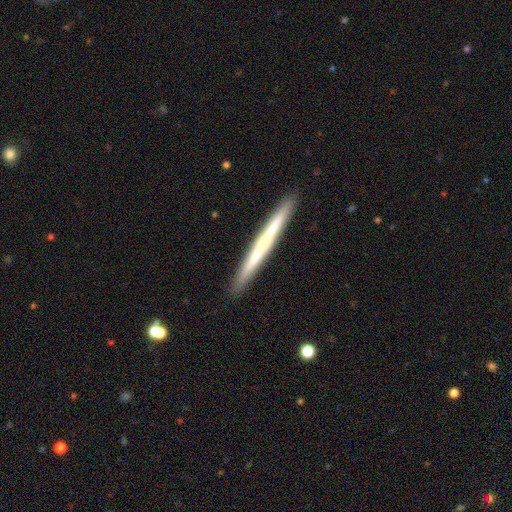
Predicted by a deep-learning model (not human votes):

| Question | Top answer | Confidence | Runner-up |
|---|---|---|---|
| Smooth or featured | featured or disk | 48% | smooth (47%) |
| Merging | none | 89% | minor disturbance (8%) |